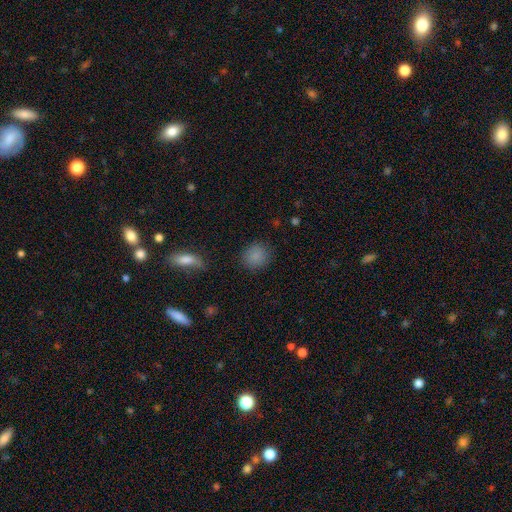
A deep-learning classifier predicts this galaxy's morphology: The model was most divided on "how rounded": round: 84%, in between: 15%, cigar-shaped: 1%. More confident: merging — none (87%); smooth or featured — smooth (86%).